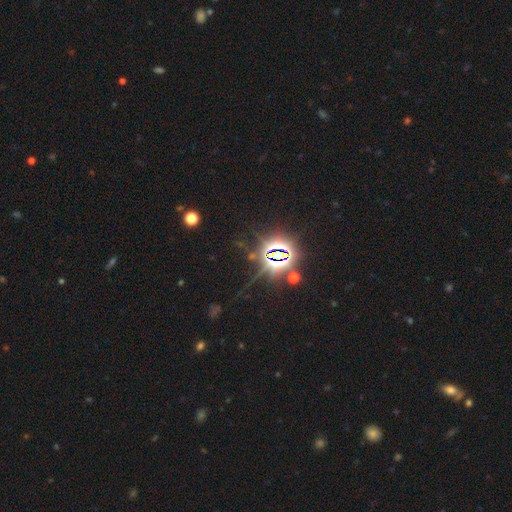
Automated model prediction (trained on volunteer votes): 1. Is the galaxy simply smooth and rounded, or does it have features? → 83% star or artifact, 10% smooth, 7% featured or disk.